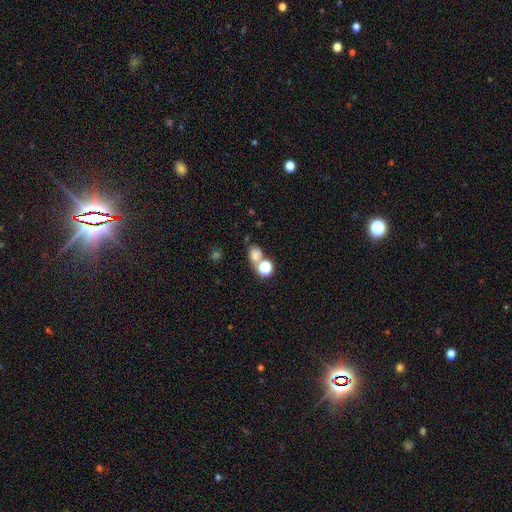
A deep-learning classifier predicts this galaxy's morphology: This is likely a smooth galaxy (69%). How rounded: possibly round (55%). Merging: marginally none (44%).